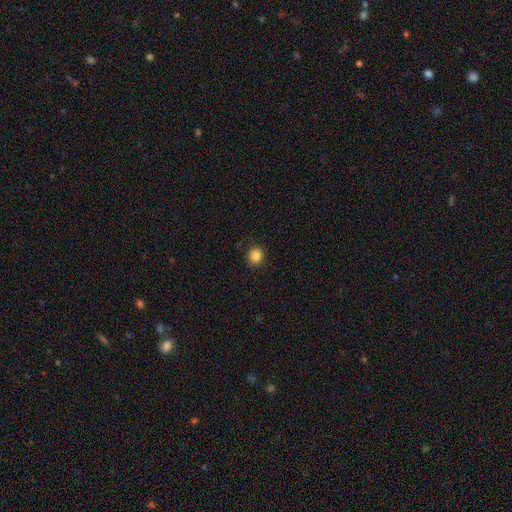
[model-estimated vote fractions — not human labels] smooth-or-featured: smooth: 85% | star or artifact: 11% | featured or disk: 4%
  how-rounded: round: 87% | in between: 12% | cigar-shaped: 1%
  merging: none: 89% | minor disturbance: 8% | major disturbance: 2% | merger: 1%